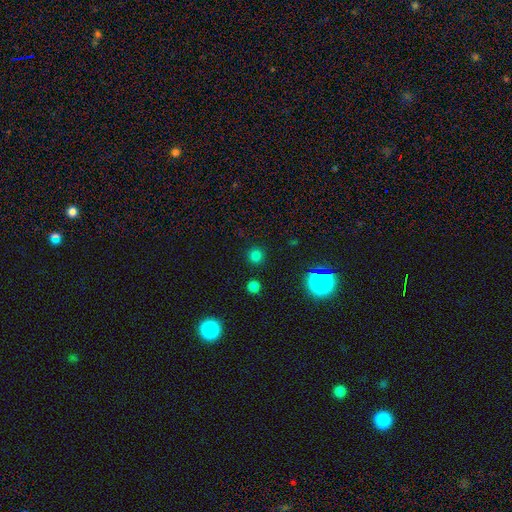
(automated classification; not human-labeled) Overall: smooth (77%). How rounded: round (94%). Merging: none (90%).